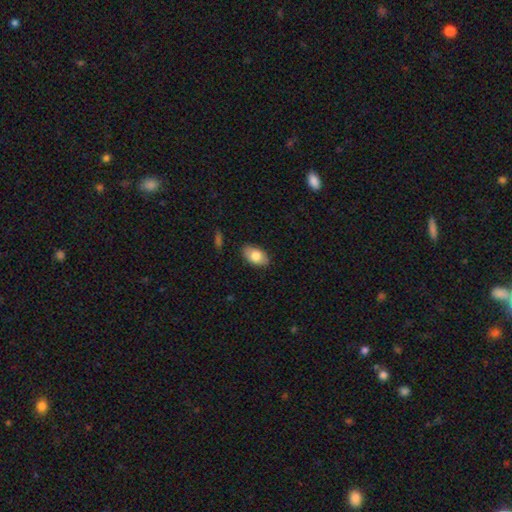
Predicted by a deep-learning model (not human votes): This is likely a smooth galaxy (79%). How rounded: clearly in between (92%). Merging: clearly none (86%).